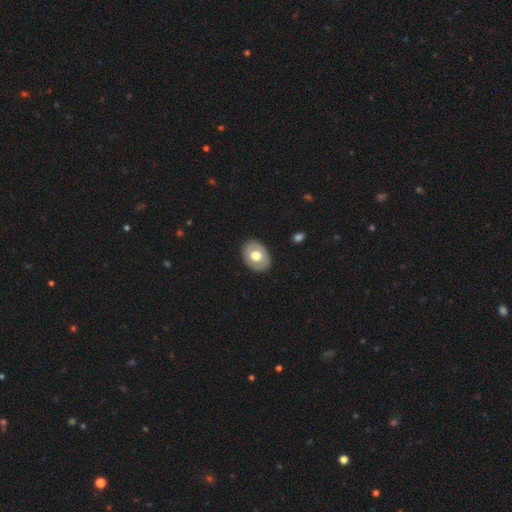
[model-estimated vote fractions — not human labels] A smooth galaxy with no disk features (59%) that is in between round and cigar-shaped (71%). Merging: none (86%).